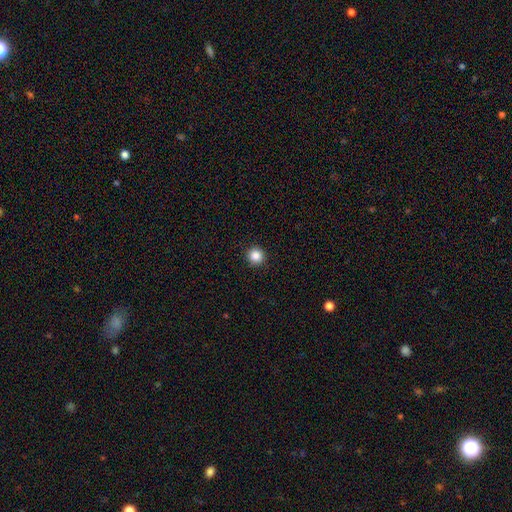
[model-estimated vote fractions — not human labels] This is clearly a smooth galaxy (85%). How rounded: clearly round (95%). Merging: clearly none (93%).